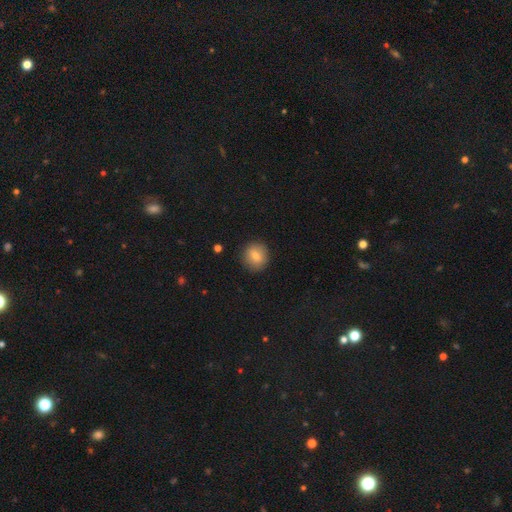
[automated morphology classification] Overall: smooth (78%). How rounded: round (87%). Merging: none (89%).